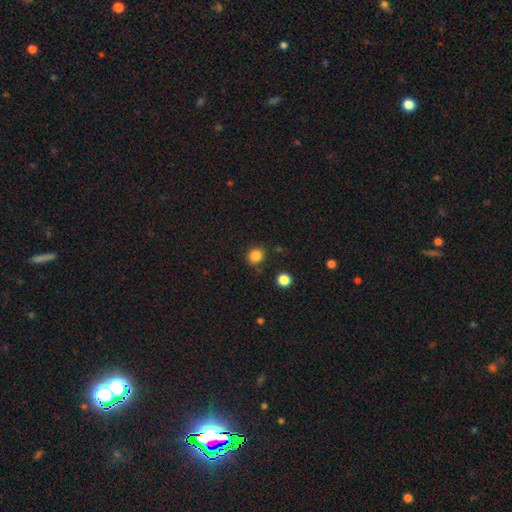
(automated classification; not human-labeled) Smooth or featured: smooth — 84% (star or artifact — 12%)
How rounded: round — 77% (in between — 22%)
Merging: none — 85% (minor disturbance — 9%)